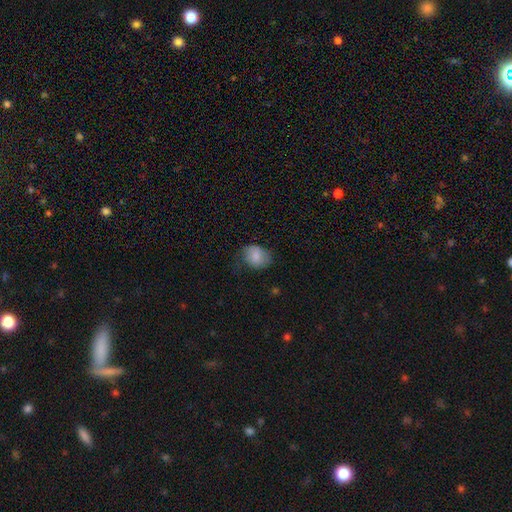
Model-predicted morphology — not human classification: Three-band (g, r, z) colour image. It shows a smooth galaxy with no disk features (82%) that is in between round and cigar-shaped (63%). Merging: none (58%).